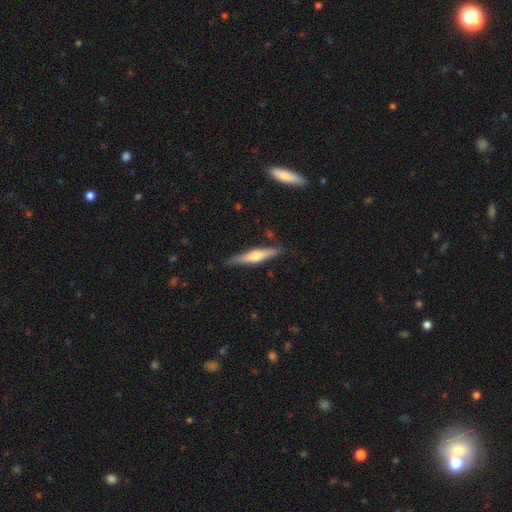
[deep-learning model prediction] featured or disk 55%, smooth 40%, star or artifact 5%. Down the decision tree: edge-on disk — yes (95%); edge-on bulge — rounded (88%); merging — none (83%).